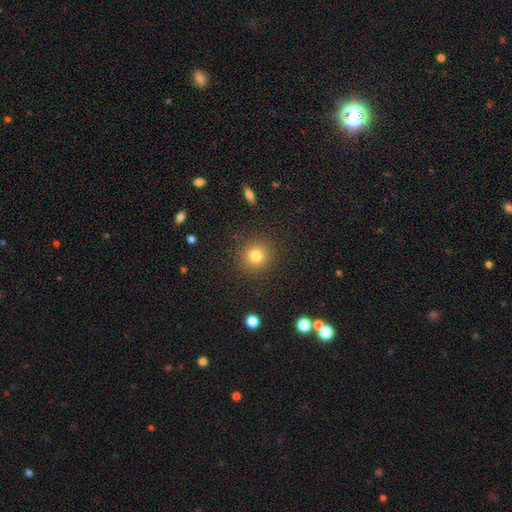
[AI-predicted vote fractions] smooth_or_featured: smooth (p=0.80) [alt: star or artifact p=0.13]
how_rounded: round (p=0.92) [alt: in between p=0.07]
merging: none (p=0.90) [alt: minor disturbance p=0.06]